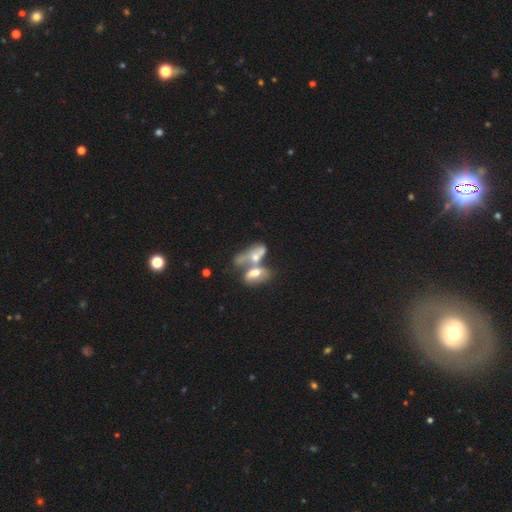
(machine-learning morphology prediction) Smooth or featured?
  - smooth: 51% *
  - featured or disk: 39%
  - star or artifact: 10%
How rounded?
  - in between: 84% *
  - cigar-shaped: 9%
  - round: 7%
Merging?
  - merger: 71% *
  - none: 13%
  - major disturbance: 9%
  - minor disturbance: 7%